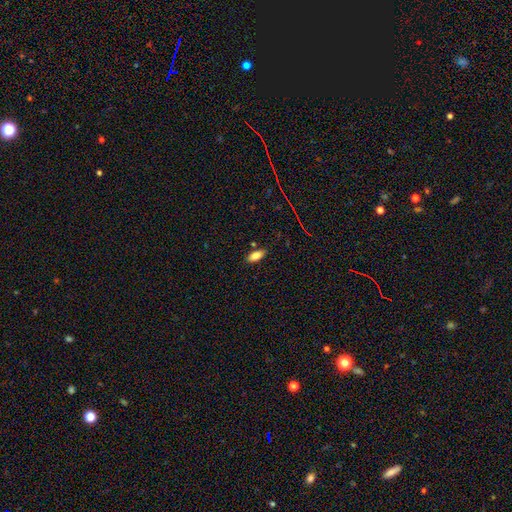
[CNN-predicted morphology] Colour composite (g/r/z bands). It shows a smooth galaxy with no disk features (80%) that is in between round and cigar-shaped (85%). Merging: none (83%).